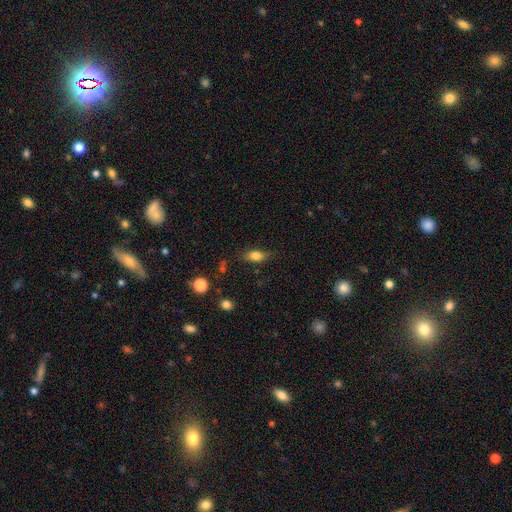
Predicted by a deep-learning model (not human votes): Smooth or featured: smooth — 78% (featured or disk — 12%)
How rounded: in between — 80% (round — 10%)
Merging: none — 74% (minor disturbance — 19%)